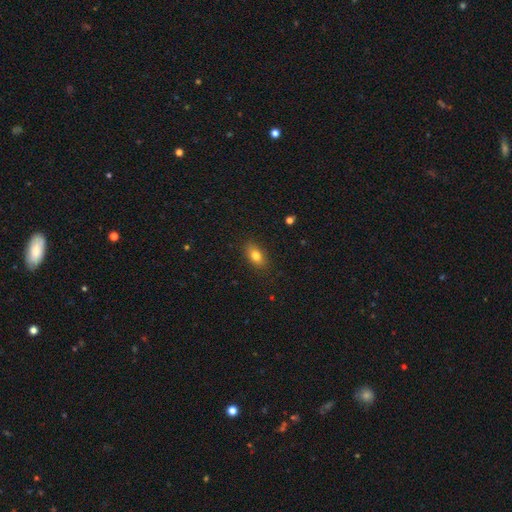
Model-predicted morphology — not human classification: Q: Smooth or featured?
A: smooth (78%); runner-up: featured or disk (13%)
Q: How rounded?
A: in between (85%); runner-up: round (9%)
Q: Merging?
A: none (86%); runner-up: minor disturbance (11%)